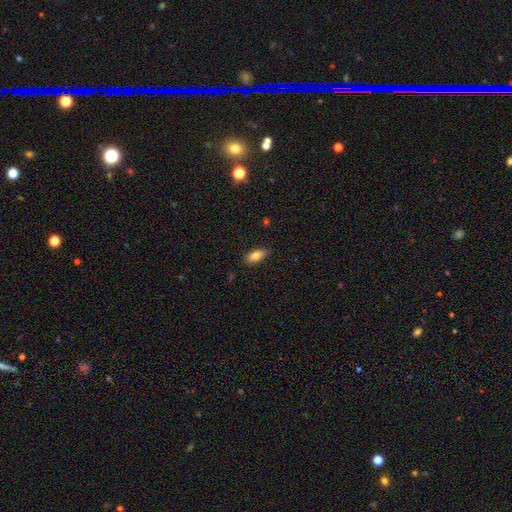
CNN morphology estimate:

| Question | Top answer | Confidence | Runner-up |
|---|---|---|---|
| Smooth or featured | smooth | 80% | featured or disk (12%) |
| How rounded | in between | 86% | cigar-shaped (11%) |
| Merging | none | 84% | minor disturbance (13%) |